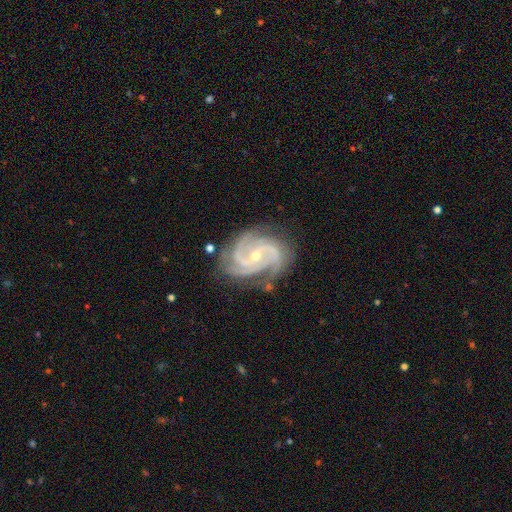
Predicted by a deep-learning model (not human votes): Smooth or featured? Predicted: featured or disk (p=0.92). Edge-on disk? Predicted: no (p=0.98). Bar? Predicted: no (p=0.53). Spiral arms? Predicted: yes (p=0.99). Spiral winding? Predicted: tight (p=0.50). Spiral arm count? Predicted: 3 (p=0.51). Bulge size? Predicted: small (p=0.65). Merging? Predicted: none (p=0.75).